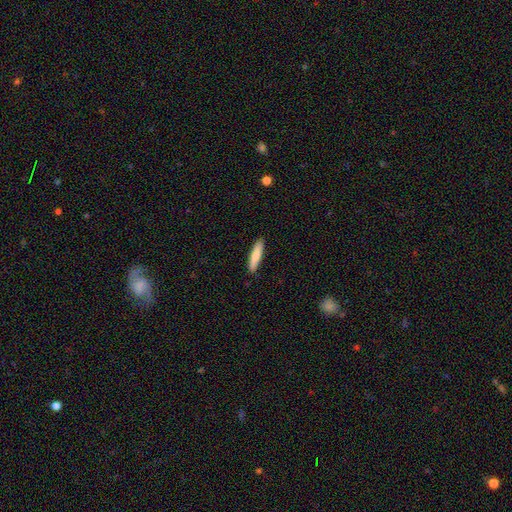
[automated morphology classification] The model was most divided on "smooth or featured": smooth: 80%, featured or disk: 15%, star or artifact: 5%. More confident: merging — none (90%); how rounded — cigar-shaped (83%).